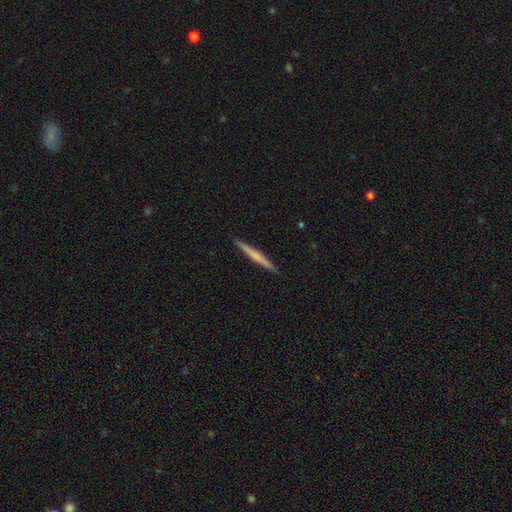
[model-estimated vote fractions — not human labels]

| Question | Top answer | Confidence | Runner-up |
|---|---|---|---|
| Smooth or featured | smooth | 52% | featured or disk (43%) |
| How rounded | cigar-shaped | 97% | in between (2%) |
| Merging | none | 92% | minor disturbance (6%) |